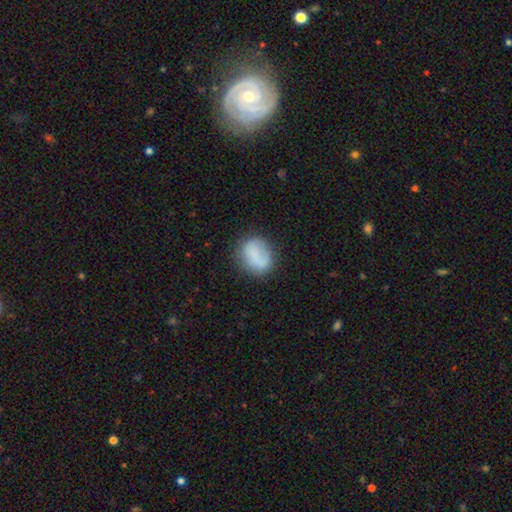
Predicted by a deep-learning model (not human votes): Smooth or featured: smooth — 77% (featured or disk — 15%)
How rounded: round — 56% (in between — 43%)
Merging: none — 64% (minor disturbance — 22%)